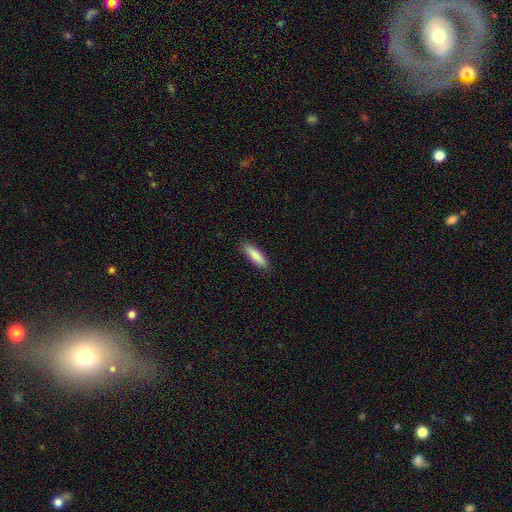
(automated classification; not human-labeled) Smooth or featured? Predicted: smooth (p=0.84). How rounded? Predicted: cigar-shaped (p=0.65). Merging? Predicted: none (p=0.89).